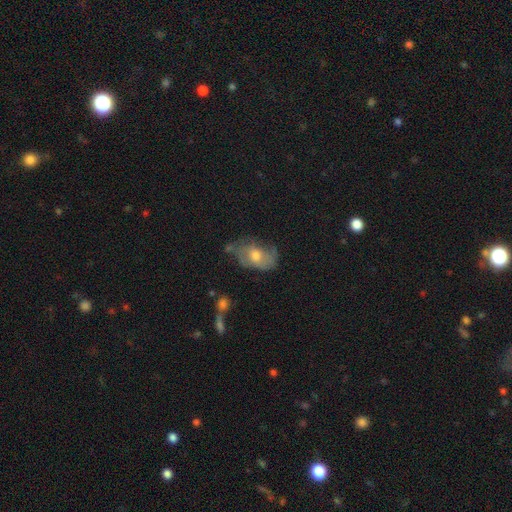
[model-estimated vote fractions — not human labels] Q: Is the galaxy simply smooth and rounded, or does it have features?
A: featured or disk — 49%.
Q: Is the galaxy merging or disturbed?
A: none — 44%.